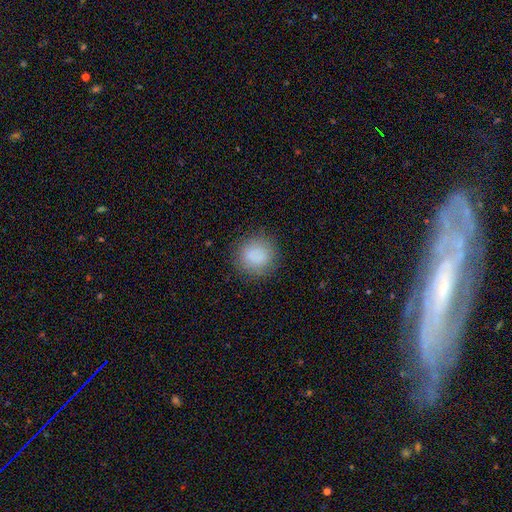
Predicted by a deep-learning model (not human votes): A smooth galaxy with no disk features (86%) that is round (90%). Merging: none (85%).